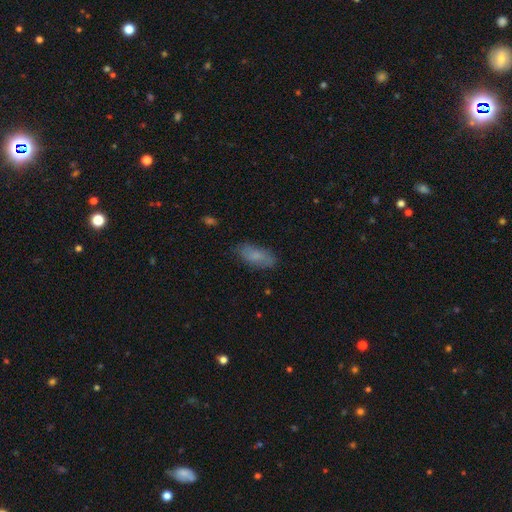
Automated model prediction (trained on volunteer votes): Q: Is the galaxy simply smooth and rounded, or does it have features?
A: smooth — 76%.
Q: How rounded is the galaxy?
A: in between — 81%.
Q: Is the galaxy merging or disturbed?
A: none — 79%.